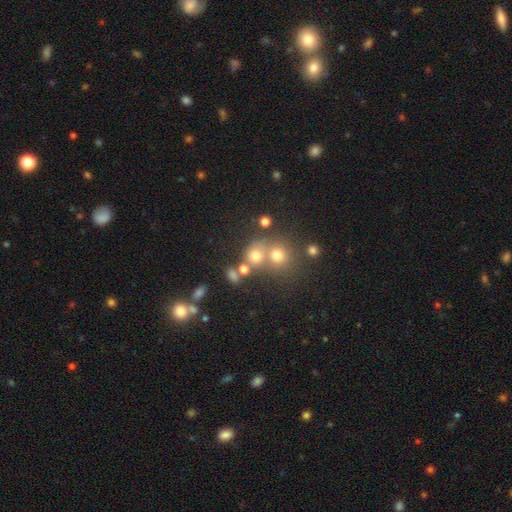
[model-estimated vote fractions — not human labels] smooth_or_featured: smooth (p=0.69) [alt: star or artifact p=0.18]
how_rounded: round (p=0.78) [alt: in between p=0.21]
merging: none (p=0.49) [alt: merger p=0.37]